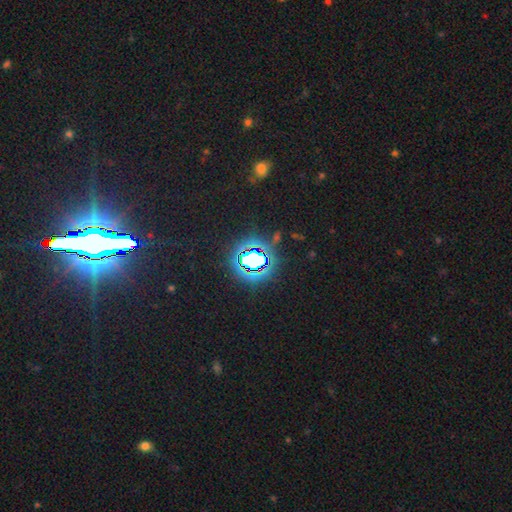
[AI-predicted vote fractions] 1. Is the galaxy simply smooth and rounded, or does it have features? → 76% star or artifact, 15% smooth, 9% featured or disk.